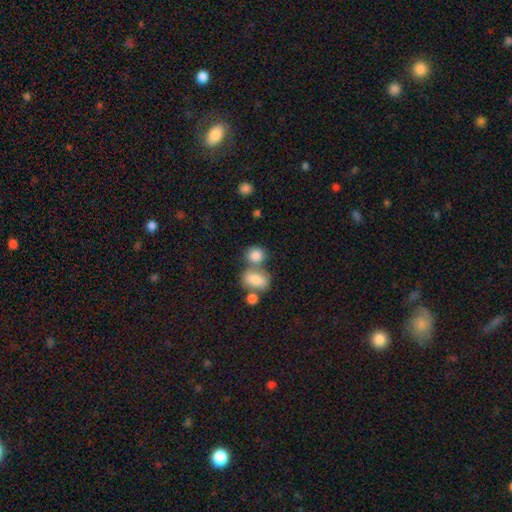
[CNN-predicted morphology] The model was most divided on "merging": merger: 43%, none: 41%, minor disturbance: 11%, major disturbance: 5%. More confident: smooth or featured — smooth (82%); how rounded — round (56%).